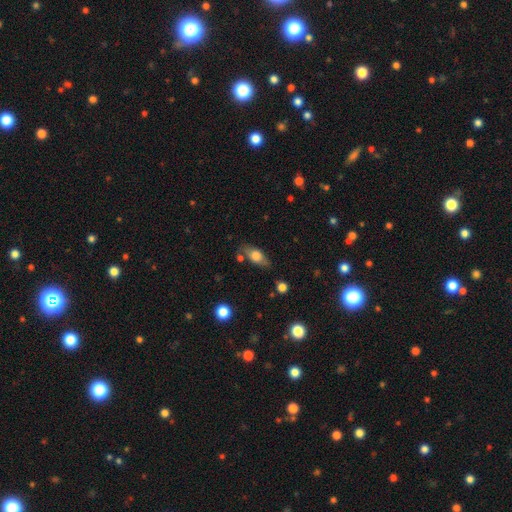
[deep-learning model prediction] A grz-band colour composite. It shows a smooth galaxy with no disk features (66%) that is in between round and cigar-shaped (82%). Merging: none (69%).